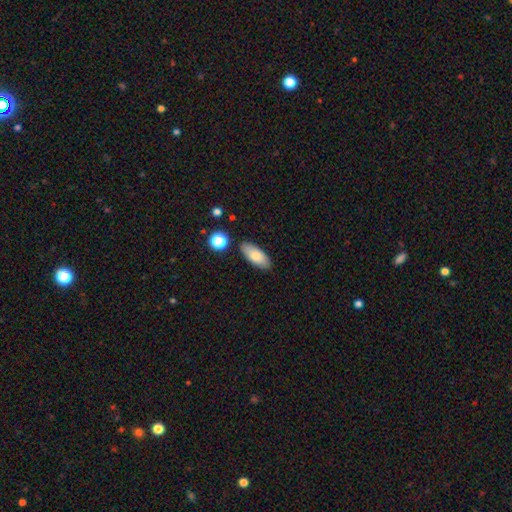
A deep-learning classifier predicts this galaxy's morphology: A smooth galaxy with no disk features (81%) that is in between round and cigar-shaped (85%). Merging: none (84%).